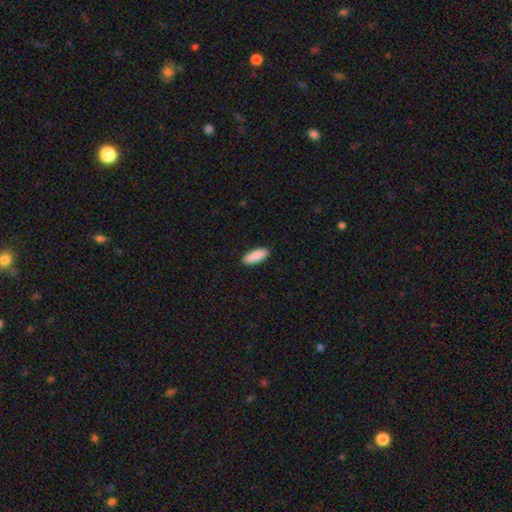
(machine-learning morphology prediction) type=smooth (91%); roundness=in between (74%); merging=none (90%).